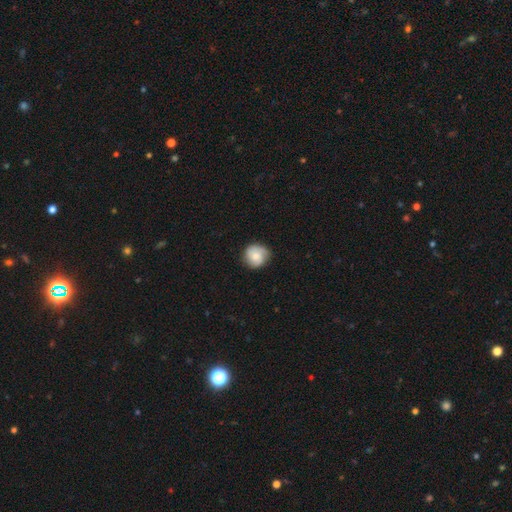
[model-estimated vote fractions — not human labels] Smooth or featured? smooth (62%)
How rounded? round (90%)
Merging? none (77%)